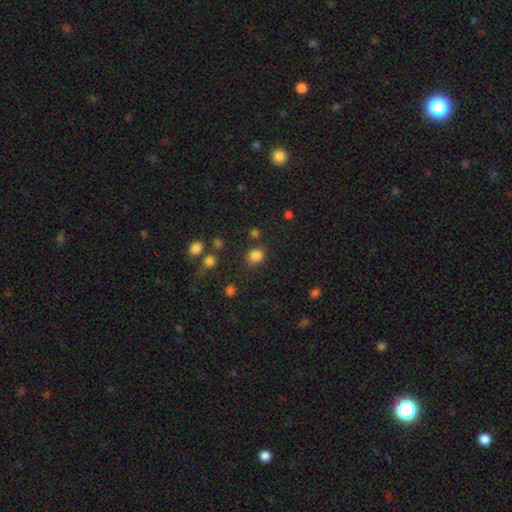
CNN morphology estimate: Smooth or featured?
  - smooth: 81% *
  - star or artifact: 14%
  - featured or disk: 5%
How rounded?
  - round: 63% *
  - in between: 36%
  - cigar-shaped: 1%
Merging?
  - none: 71% *
  - minor disturbance: 15%
  - merger: 7%
  - major disturbance: 6%